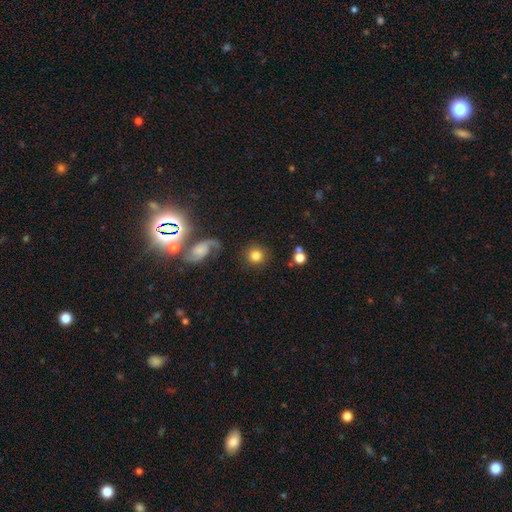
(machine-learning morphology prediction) smooth_or_featured: smooth (p=0.77) [alt: featured or disk p=0.13]
how_rounded: round (p=0.93) [alt: in between p=0.06]
merging: none (p=0.84) [alt: minor disturbance p=0.08]